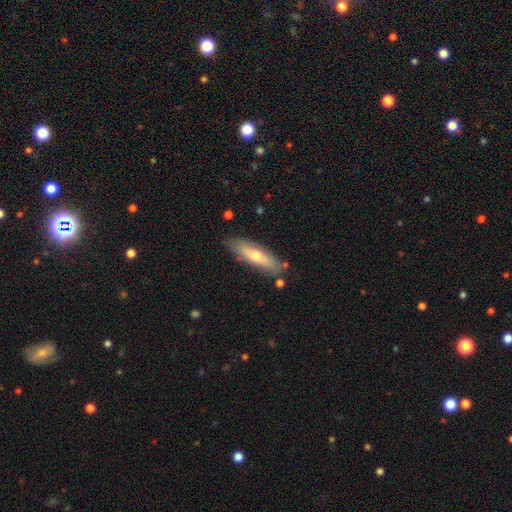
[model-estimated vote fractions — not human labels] Overall: smooth (56%; featured or disk 38%). How rounded: cigar-shaped (62%; in between 36%). Merging: none (80%).